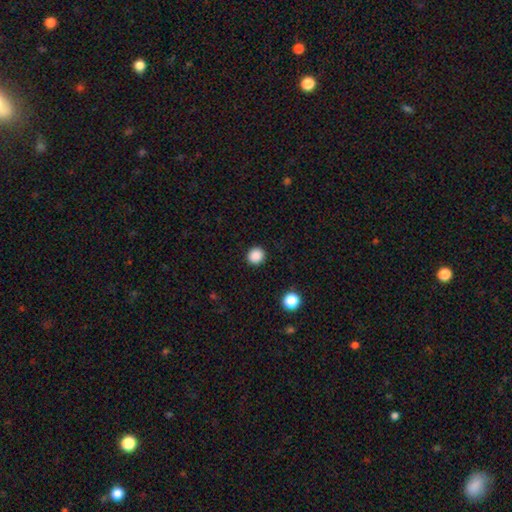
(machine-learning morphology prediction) This appears to be a smooth galaxy with no disk features (87%) that is round (90%). Merging: none (91%).